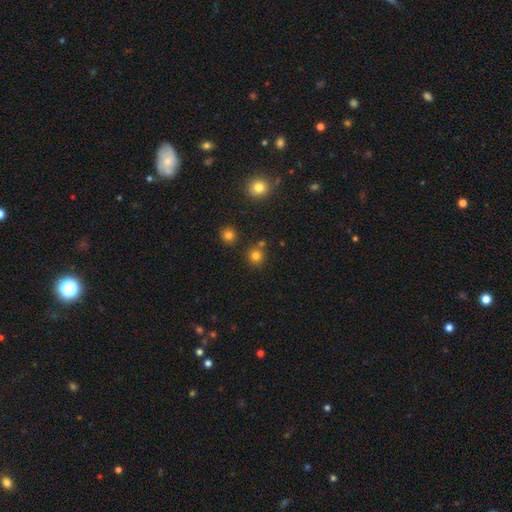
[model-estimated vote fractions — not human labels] The model was most divided on "smooth or featured": smooth: 79%, star or artifact: 16%, featured or disk: 6%. More confident: how rounded — round (93%); merging — none (80%).